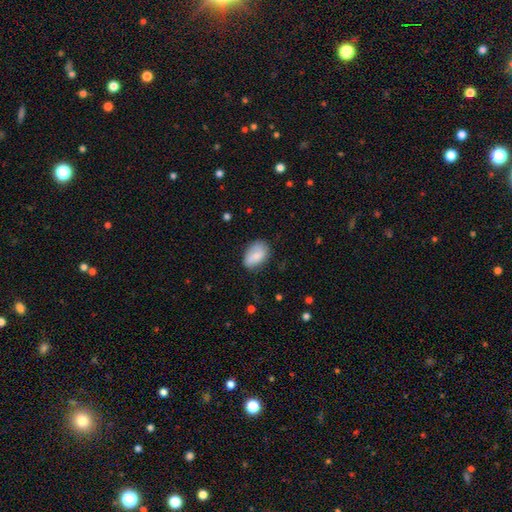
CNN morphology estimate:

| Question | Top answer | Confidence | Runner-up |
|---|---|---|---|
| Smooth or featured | smooth | 80% | featured or disk (13%) |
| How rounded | in between | 88% | round (10%) |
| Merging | none | 68% | minor disturbance (24%) |